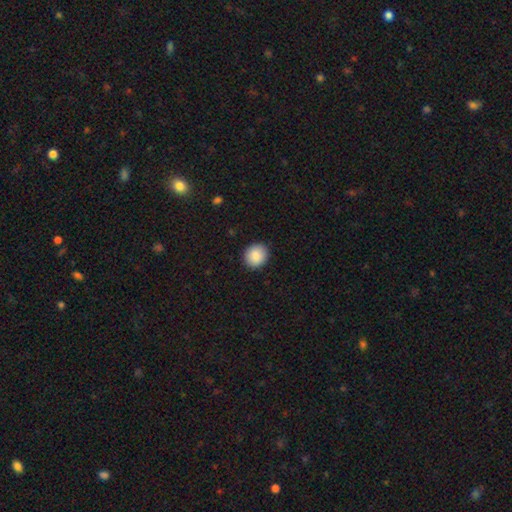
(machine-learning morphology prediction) Overall: smooth (88%). How rounded: round (83%). Merging: none (91%).